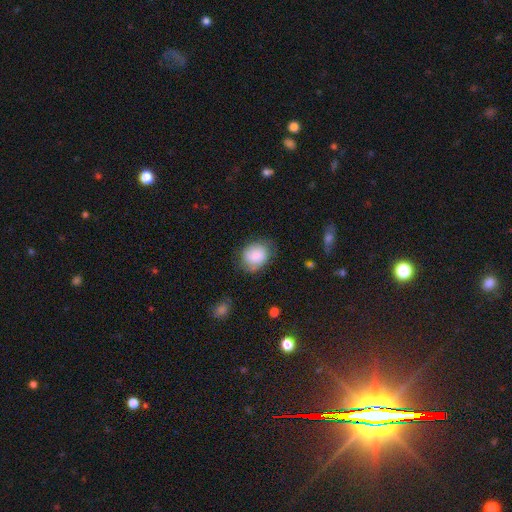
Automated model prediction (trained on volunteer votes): Smooth or featured? smooth (78%)
How rounded? round (53%)
Merging? none (66%)